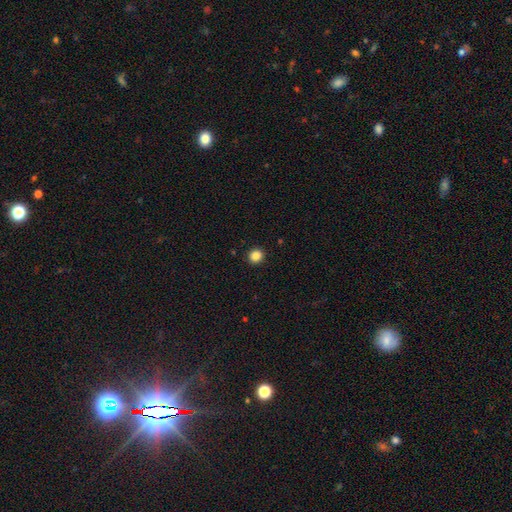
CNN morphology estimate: Overall: smooth (86%). How rounded: round (89%). Merging: none (93%).